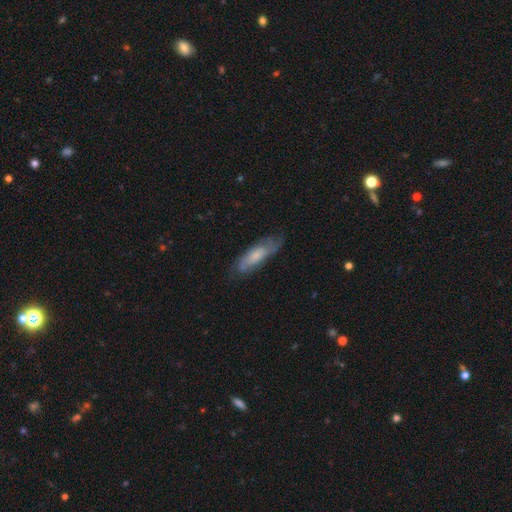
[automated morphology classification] Smooth or featured? Predicted: smooth (p=0.47, tied with featured or disk). Merging? Predicted: none (p=0.66).